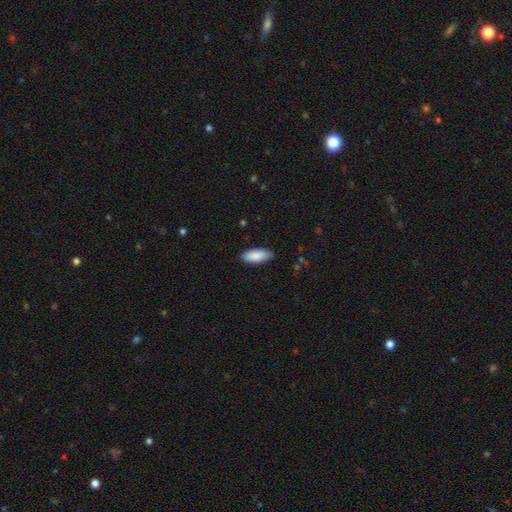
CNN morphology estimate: smooth-or-featured: smooth: 89% | star or artifact: 5% | featured or disk: 5%
  how-rounded: in between: 85% | cigar-shaped: 14% | round: 2%
  merging: none: 86% | minor disturbance: 11% | major disturbance: 2% | merger: 1%